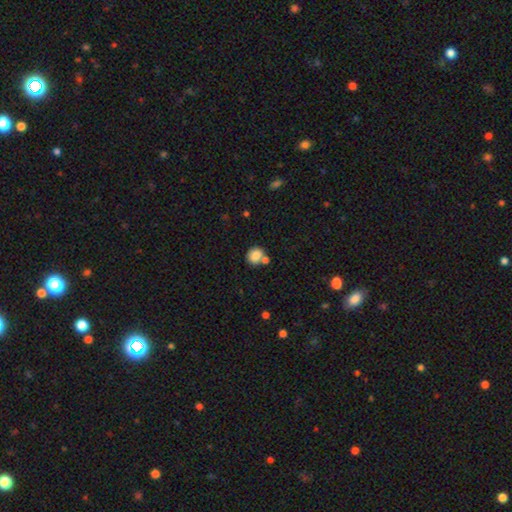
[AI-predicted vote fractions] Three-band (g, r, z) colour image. It shows a smooth galaxy with no disk features (84%) that is round (64%). Merging: none (54%).